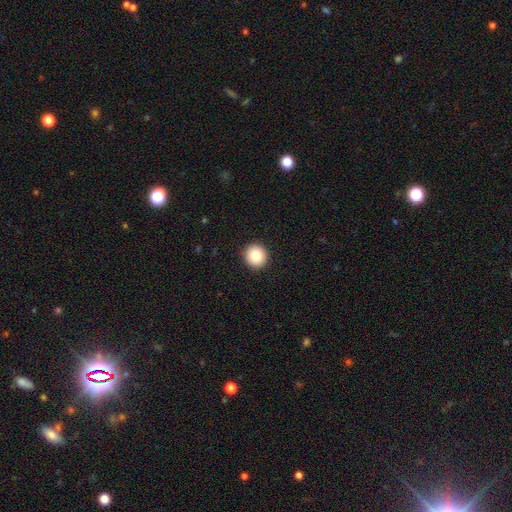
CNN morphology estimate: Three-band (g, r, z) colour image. It shows a smooth galaxy with no disk features (83%) that is round (95%). Merging: none (93%).